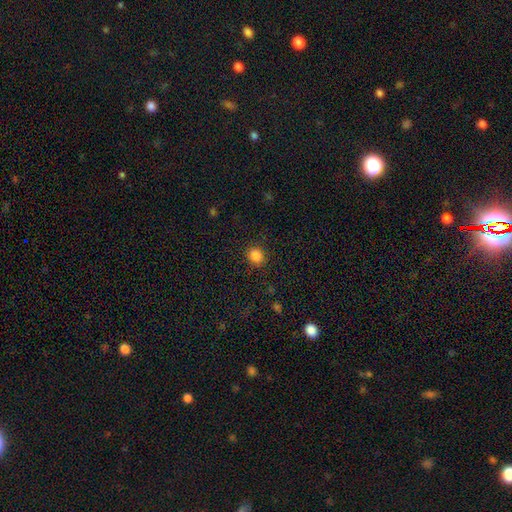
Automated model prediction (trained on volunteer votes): Smooth or featured?
  - smooth: 86% *
  - star or artifact: 11%
  - featured or disk: 3%
How rounded?
  - round: 71% *
  - in between: 28%
  - cigar-shaped: 1%
Merging?
  - none: 88% *
  - minor disturbance: 8%
  - major disturbance: 3%
  - merger: 1%